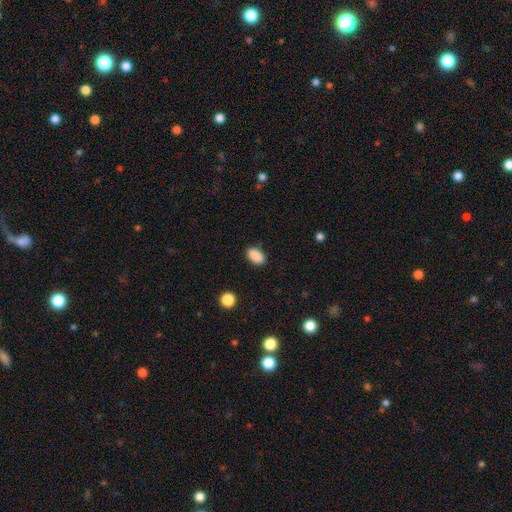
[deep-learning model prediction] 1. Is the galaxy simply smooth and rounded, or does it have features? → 89% smooth, 8% star or artifact, 3% featured or disk.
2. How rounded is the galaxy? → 91% in between, 8% round, 1% cigar-shaped.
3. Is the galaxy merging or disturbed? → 87% none, 9% minor disturbance, 2% major disturbance, 1% merger.